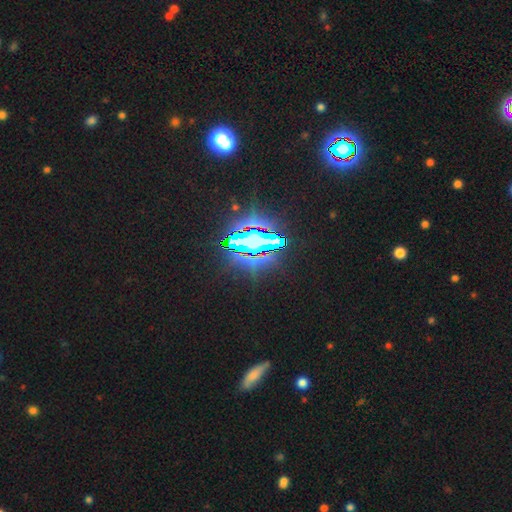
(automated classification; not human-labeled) The model was most divided on "smooth or featured": star or artifact: 79%, smooth: 11%, featured or disk: 10%.